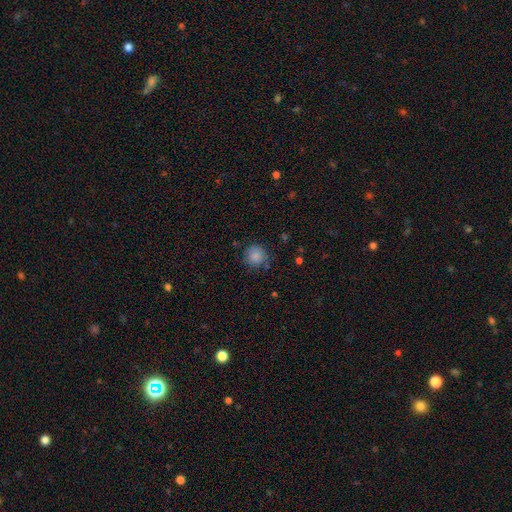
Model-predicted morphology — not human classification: A smooth galaxy with no disk features (86%) that is round (92%).

Vote fractions:
- Smooth or featured? smooth: 86% / star or artifact: 10% / featured or disk: 4%
- How rounded? round: 92% / in between: 7% / cigar-shaped: 1%
- Merging? none: 81% / minor disturbance: 13% / major disturbance: 4% / merger: 2%